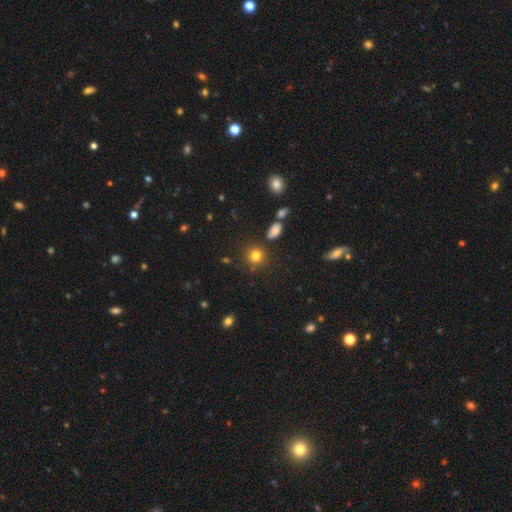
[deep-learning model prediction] A smooth galaxy with no disk features (80%) that is round (86%).

Vote fractions:
- Smooth or featured? smooth: 80% / star or artifact: 14% / featured or disk: 7%
- How rounded? round: 86% / in between: 13% / cigar-shaped: 1%
- Merging? none: 80% / minor disturbance: 11% / merger: 5% / major disturbance: 4%